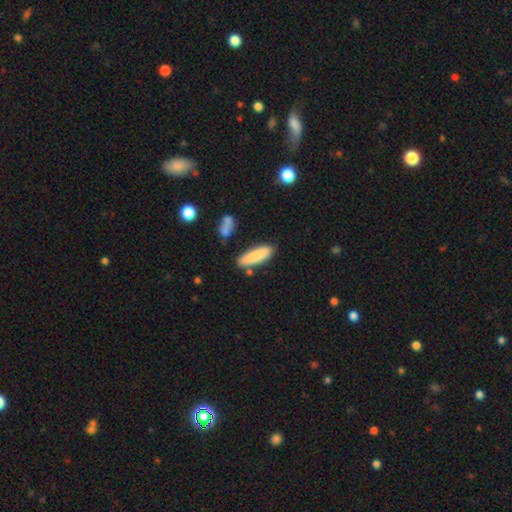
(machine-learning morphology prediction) This appears to be a smooth galaxy with no disk features (82%) that is cigar-shaped (64%). Merging: none (79%).